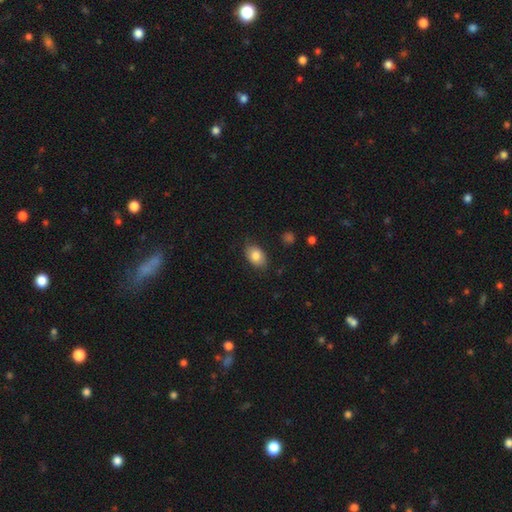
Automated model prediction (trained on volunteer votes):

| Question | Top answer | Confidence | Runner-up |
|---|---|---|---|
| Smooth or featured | smooth | 83% | featured or disk (10%) |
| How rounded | in between | 86% | round (13%) |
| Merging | none | 81% | minor disturbance (15%) |